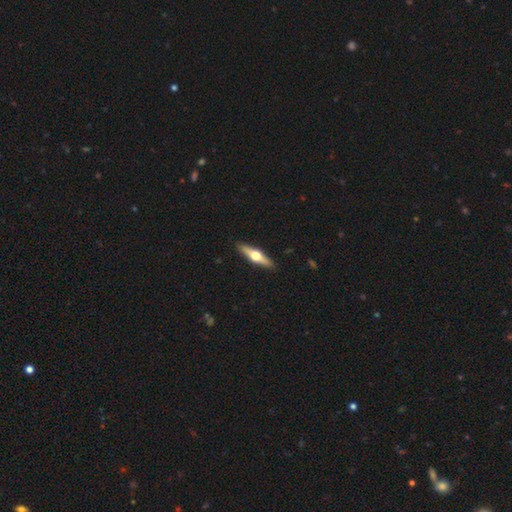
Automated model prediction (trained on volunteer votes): featured or disk 64%, smooth 31%, star or artifact 5%. Down the decision tree: edge-on disk — yes (96%); edge-on bulge — rounded (96%); merging — none (91%).